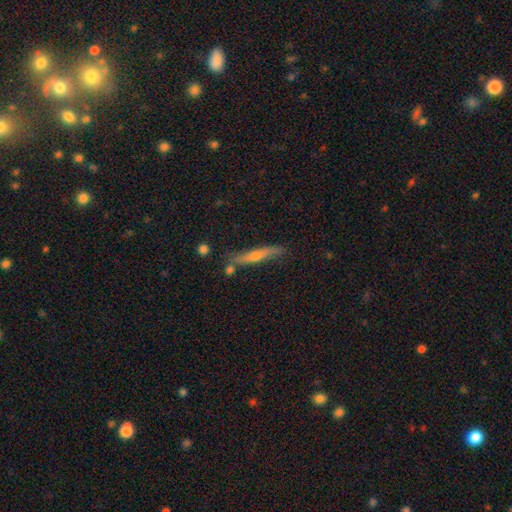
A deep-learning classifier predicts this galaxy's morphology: Overall: featured or disk (64%; smooth 28%). Edge-on disk: yes (95%). Edge-on bulge: rounded (83%). Merging: none (81%).